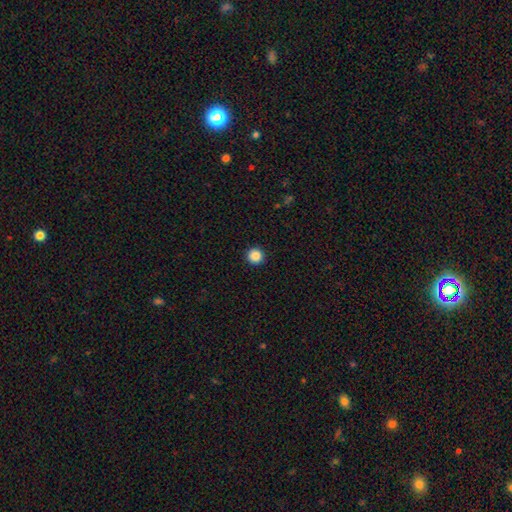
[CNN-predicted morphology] Smooth or featured?
  - smooth: 87% *
  - star or artifact: 10%
  - featured or disk: 2%
How rounded?
  - round: 96% *
  - in between: 3%
  - cigar-shaped: 1%
Merging?
  - none: 94% *
  - minor disturbance: 4%
  - major disturbance: 1%
  - merger: 1%